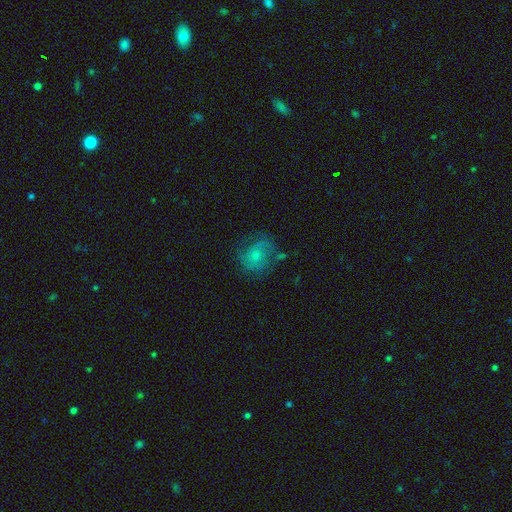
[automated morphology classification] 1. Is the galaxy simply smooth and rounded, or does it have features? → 46% featured or disk, 43% smooth, 11% star or artifact.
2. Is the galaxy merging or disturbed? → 59% none, 23% minor disturbance, 14% major disturbance, 4% merger.